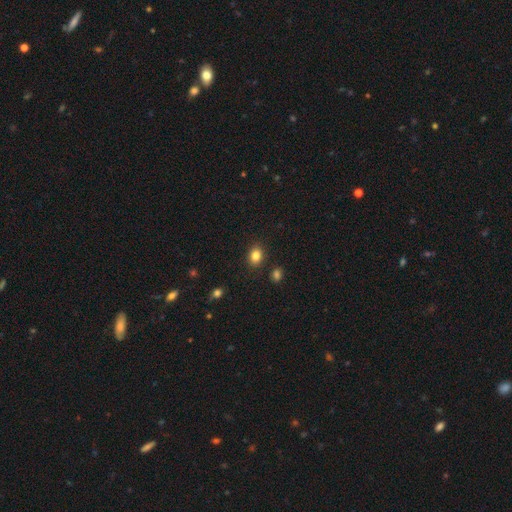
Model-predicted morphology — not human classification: Smooth or featured?
  - smooth: 83% *
  - star or artifact: 10%
  - featured or disk: 6%
How rounded?
  - in between: 59% *
  - round: 40%
  - cigar-shaped: 1%
Merging?
  - none: 86% *
  - minor disturbance: 9%
  - merger: 3%
  - major disturbance: 2%